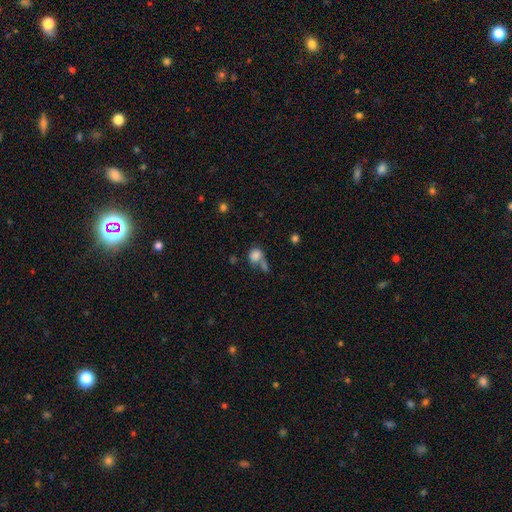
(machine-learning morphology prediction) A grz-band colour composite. It shows a smooth galaxy with no disk features (81%) that is round (64%). Merging: merger (37%, tied with none).